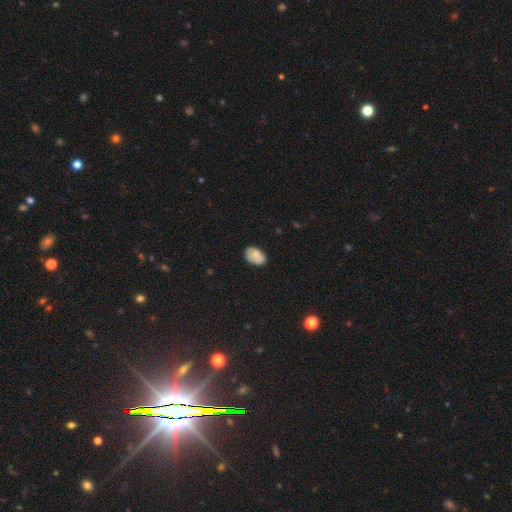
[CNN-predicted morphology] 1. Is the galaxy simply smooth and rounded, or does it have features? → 79% smooth, 13% featured or disk, 8% star or artifact.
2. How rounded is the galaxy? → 89% in between, 10% round, 1% cigar-shaped.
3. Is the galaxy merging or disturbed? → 72% none, 22% minor disturbance, 4% major disturbance, 2% merger.